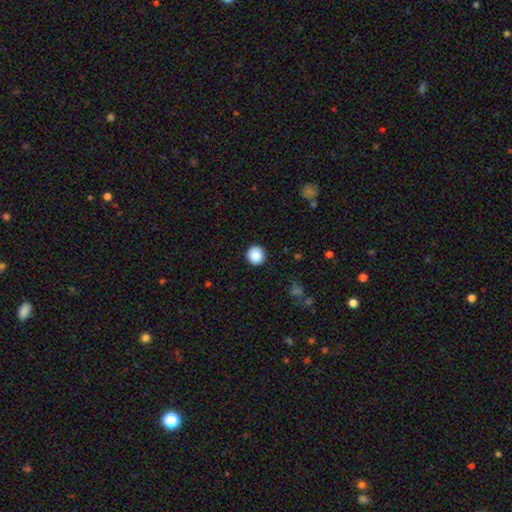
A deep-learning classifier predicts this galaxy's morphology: This appears to be a smooth galaxy with no disk features (87%) that is round (96%). Merging: none (92%).